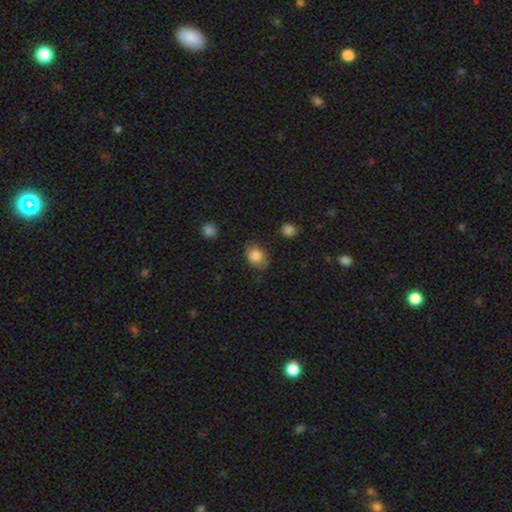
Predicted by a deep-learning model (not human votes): Smooth or featured? smooth (84%)
How rounded? in between (61%)
Merging? none (74%)